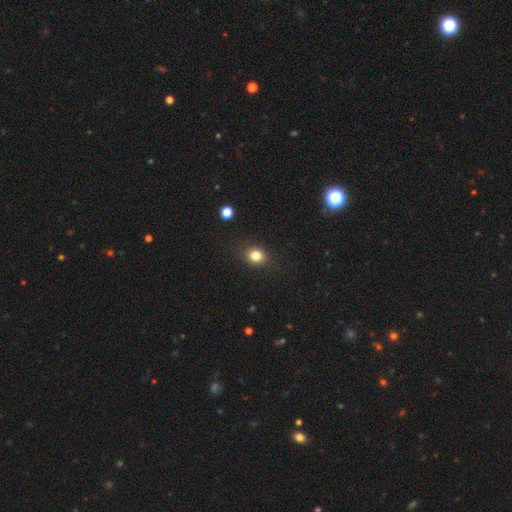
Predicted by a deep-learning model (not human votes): Overall: smooth (82%). How rounded: round (67%; in between 32%). Merging: none (87%).